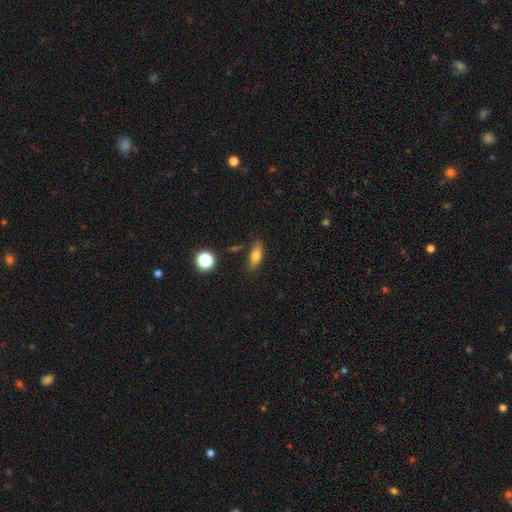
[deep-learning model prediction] smooth 75%, featured or disk 15%, star or artifact 10%. Down the decision tree: how rounded — in between (73%); merging — none (78%).